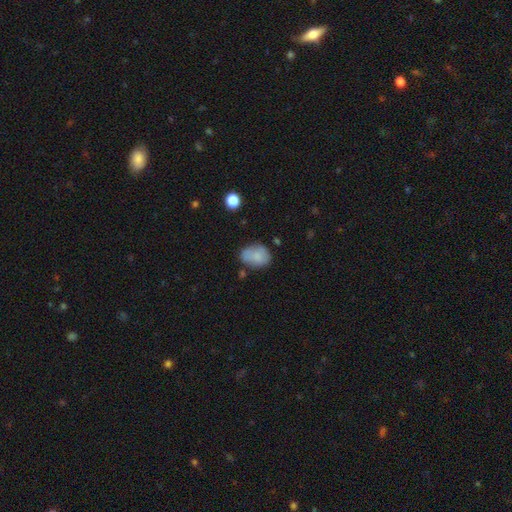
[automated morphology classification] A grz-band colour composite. It shows a smooth galaxy with no disk features (78%) that is in between round and cigar-shaped (76%). Merging: none (56%).